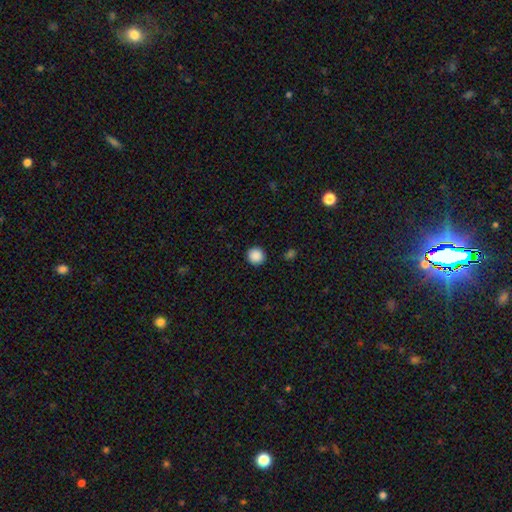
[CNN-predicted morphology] The model was most divided on "smooth or featured": smooth: 89%, star or artifact: 9%, featured or disk: 2%. More confident: how rounded — round (94%); merging — none (92%).